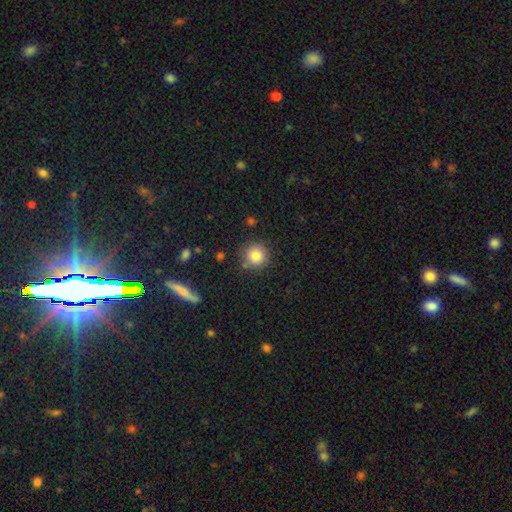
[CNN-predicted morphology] Smooth or featured?
  - smooth: 84% *
  - star or artifact: 10%
  - featured or disk: 6%
How rounded?
  - round: 93% *
  - in between: 6%
  - cigar-shaped: 1%
Merging?
  - none: 82% *
  - minor disturbance: 11%
  - merger: 4%
  - major disturbance: 3%